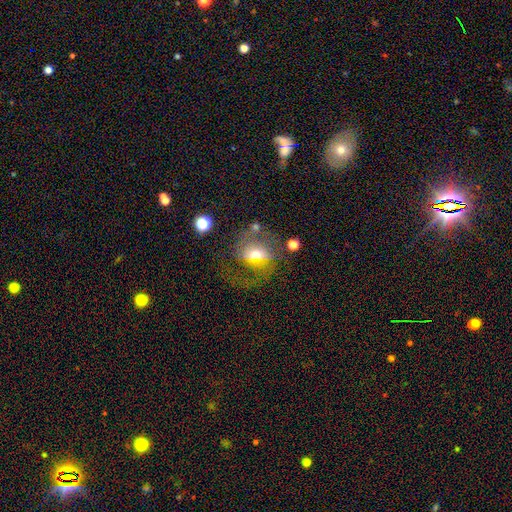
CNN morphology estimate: Smooth or featured? Predicted: featured or disk (p=0.62). Edge-on disk? Predicted: no (p=0.93). Bar? Predicted: weak (p=0.40). Spiral arms? Predicted: yes (p=0.69). Bulge size? Predicted: moderate (p=0.68). Merging? Predicted: none (p=0.42).